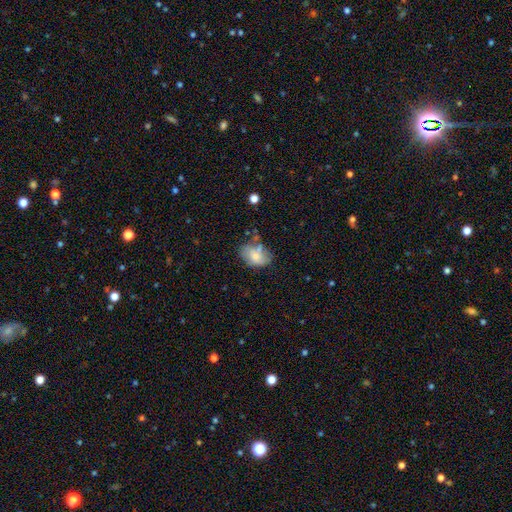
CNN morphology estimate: Smooth or featured: smooth — 68% (featured or disk — 24%)
How rounded: in between — 81% (round — 17%)
Merging: none — 45% (minor disturbance — 30%)